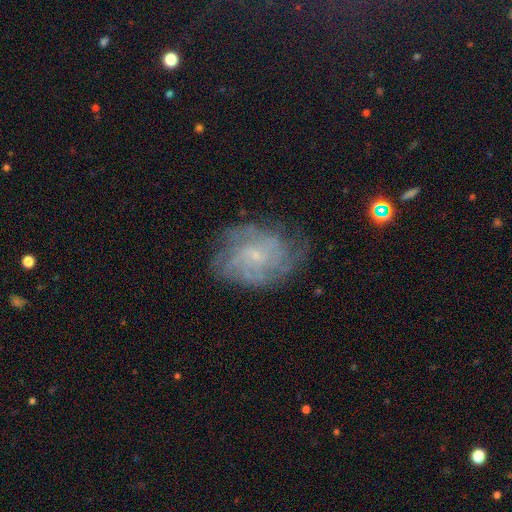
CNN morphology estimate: A featured or disk galaxy (76%) with no bar (67%), tight (57%) spiral arms (91%) and a small central bulge (77%).

Vote fractions:
- Smooth or featured? featured or disk: 76% / smooth: 15% / star or artifact: 9%
- Edge-on disk? no: 97% / yes: 3%
- Bar? no: 67% / weak: 29% / strong: 4%
- Spiral arms? yes: 91% / no: 9%
- Spiral winding? tight: 57% / medium: 33% / loose: 10%
- Spiral arm count? can't tell: 42% / 4: 19% / 3: 13% / 2: 11% / more than 4: 9% / 1: 6%
- Bulge size? small: 77% / moderate: 13% / none: 8% / large: 1% / dominant: 1%
- Merging? none: 71% / minor disturbance: 19% / major disturbance: 8% / merger: 1%